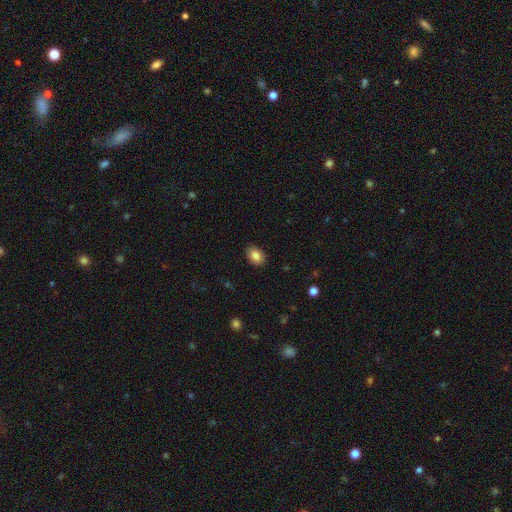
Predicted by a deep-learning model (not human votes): This appears to be a smooth galaxy with no disk features (85%) that is in between round and cigar-shaped (80%). Merging: none (87%).